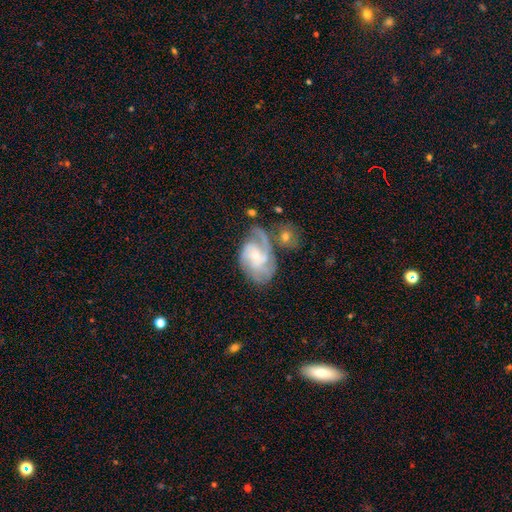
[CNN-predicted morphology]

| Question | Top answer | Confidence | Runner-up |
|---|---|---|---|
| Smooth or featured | featured or disk | 81% | smooth (13%) |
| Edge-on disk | no | 97% | yes (3%) |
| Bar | no | 56% | weak (37%) |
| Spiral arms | yes | 94% | no (6%) |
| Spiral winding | medium | 46% | tight (36%) |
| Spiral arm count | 2 | 29% | 3 (27%) |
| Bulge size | small | 70% | moderate (25%) |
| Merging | none | 45% | minor disturbance (23%) |